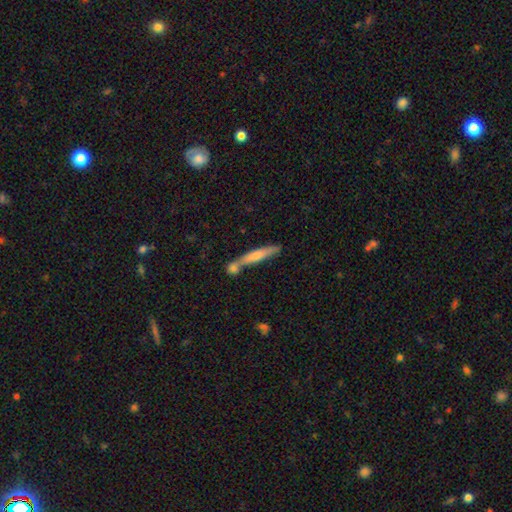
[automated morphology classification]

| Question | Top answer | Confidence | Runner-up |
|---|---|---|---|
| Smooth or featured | smooth | 61% | featured or disk (33%) |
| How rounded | cigar-shaped | 90% | in between (8%) |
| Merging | none | 48% | merger (35%) |